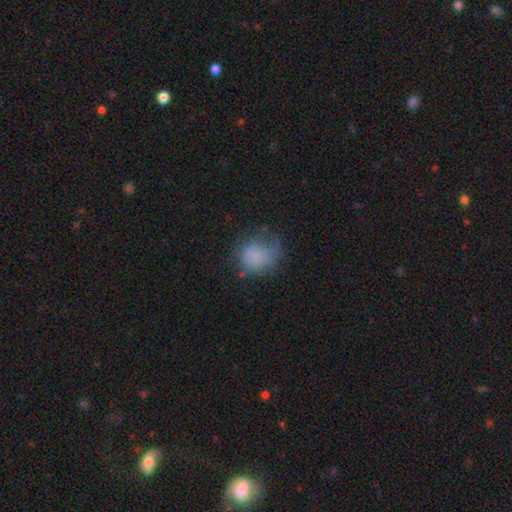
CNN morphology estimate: Overall: smooth (67%). How rounded: round (62%; in between 37%). Merging: none (36%; major disturbance 34%).